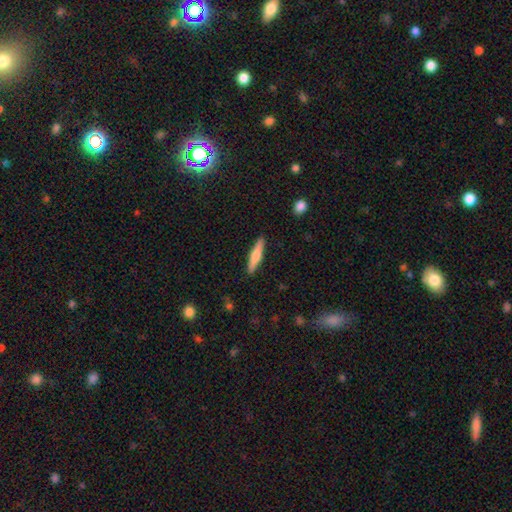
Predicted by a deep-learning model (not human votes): Smooth or featured? Predicted: smooth (p=0.57). How rounded? Predicted: cigar-shaped (p=0.88). Merging? Predicted: none (p=0.91).